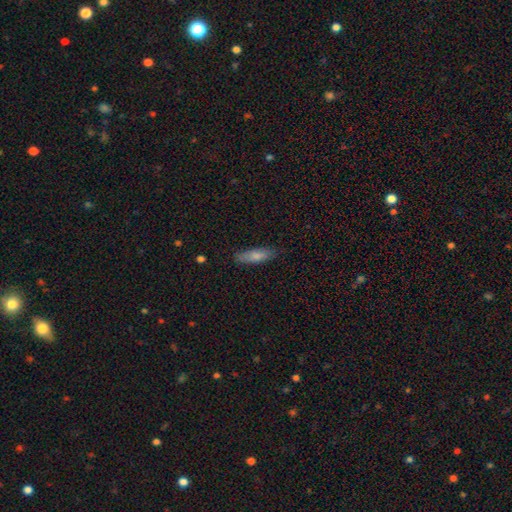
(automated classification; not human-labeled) The model was most divided on "how rounded": cigar-shaped: 56%, in between: 42%, round: 2%. More confident: merging — none (81%); smooth or featured — smooth (76%).